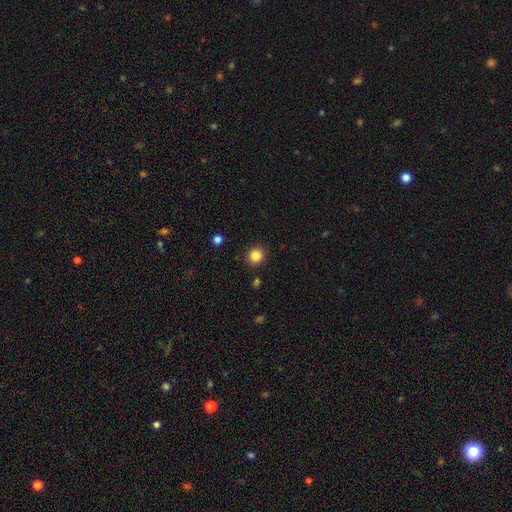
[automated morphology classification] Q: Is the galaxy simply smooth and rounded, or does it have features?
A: smooth — 85%.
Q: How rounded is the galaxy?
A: round — 92%.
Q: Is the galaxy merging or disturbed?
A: none — 90%.